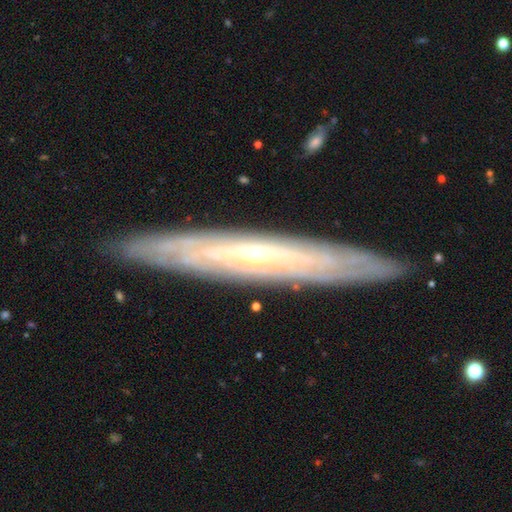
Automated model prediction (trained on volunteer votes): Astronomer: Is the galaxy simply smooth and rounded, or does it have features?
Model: featured or disk — 80%.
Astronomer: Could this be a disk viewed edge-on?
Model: yes — 61% (runner-up: no, 39%).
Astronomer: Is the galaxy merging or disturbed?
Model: none — 89%.